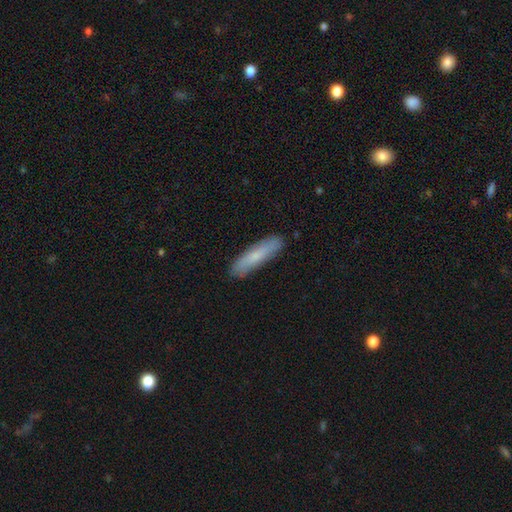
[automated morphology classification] The model was most divided on "smooth or featured": smooth: 71%, featured or disk: 22%, star or artifact: 6%. More confident: merging — none (88%); how rounded — cigar-shaped (82%).